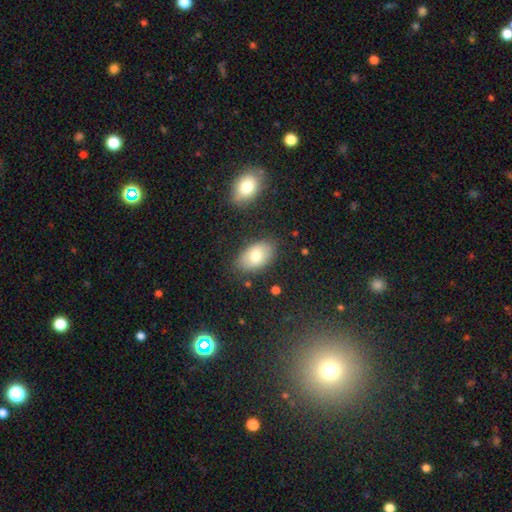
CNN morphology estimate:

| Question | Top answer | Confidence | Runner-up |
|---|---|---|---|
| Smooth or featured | smooth | 75% | featured or disk (17%) |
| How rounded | in between | 92% | round (7%) |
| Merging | none | 81% | minor disturbance (13%) |